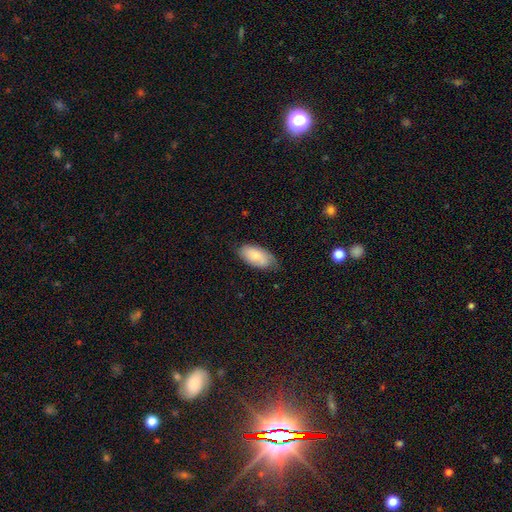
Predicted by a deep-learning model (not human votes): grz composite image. It shows a smooth galaxy with no disk features (78%) that is in between round and cigar-shaped (94%). Merging: none (66%).